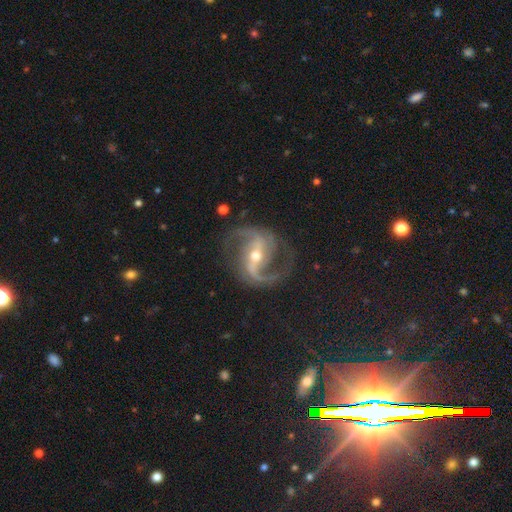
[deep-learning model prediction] Q: Smooth or featured?
A: featured or disk (91%); runner-up: star or artifact (6%)
Q: Edge-on disk?
A: no (98%); runner-up: yes (2%)
Q: Bar?
A: strong (49%); runner-up: weak (31%)
Q: Spiral arms?
A: yes (98%); runner-up: no (2%)
Q: Spiral winding?
A: medium (51%); runner-up: loose (37%)
Q: Spiral arm count?
A: 2 (91%); runner-up: 3 (2%)
Q: Bulge size?
A: moderate (48%); tied with: small (48%)
Q: Merging?
A: none (78%); runner-up: minor disturbance (13%)